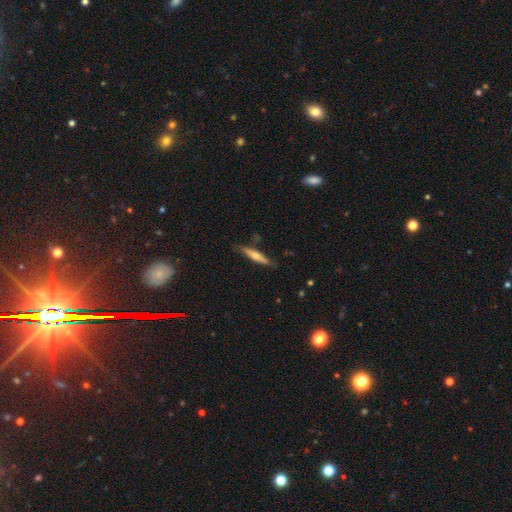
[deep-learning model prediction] Smooth or featured? Predicted: smooth (p=0.54). How rounded? Predicted: cigar-shaped (p=0.88). Merging? Predicted: none (p=0.80).